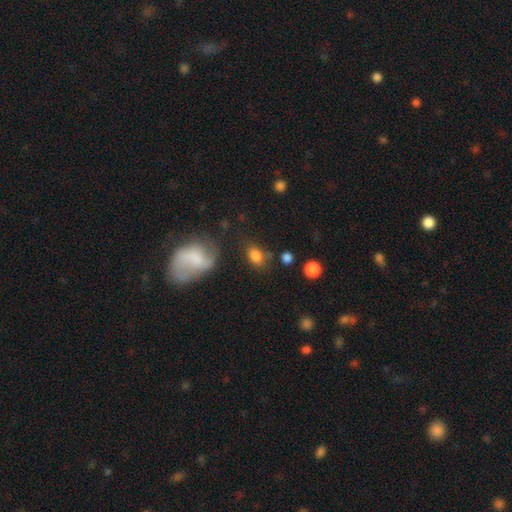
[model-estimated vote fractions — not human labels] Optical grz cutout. It shows a smooth galaxy with no disk features (80%) that is in between round and cigar-shaped (76%). Merging: none (62%).